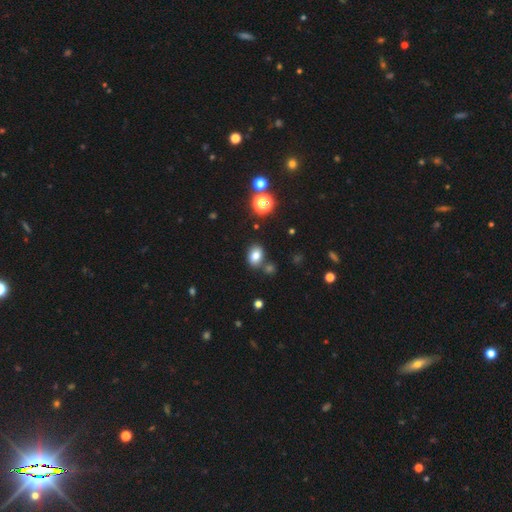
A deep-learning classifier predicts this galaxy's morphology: Overall: smooth (81%). How rounded: in between (71%). Merging: none (75%).